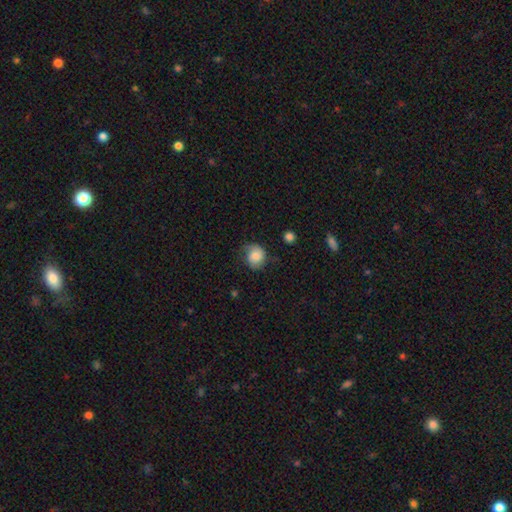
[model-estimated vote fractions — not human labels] A smooth galaxy with no disk features (67%) that is round (71%). Merging: none (53%).